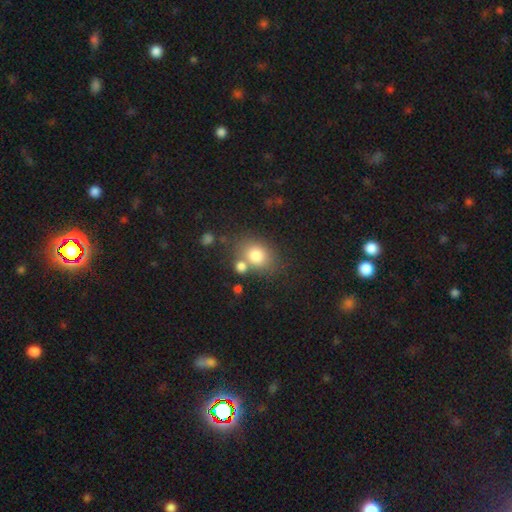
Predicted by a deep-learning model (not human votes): Smooth or featured: smooth — 79% (star or artifact — 10%)
How rounded: in between — 52% (round — 47%)
Merging: none — 59% (merger — 22%)